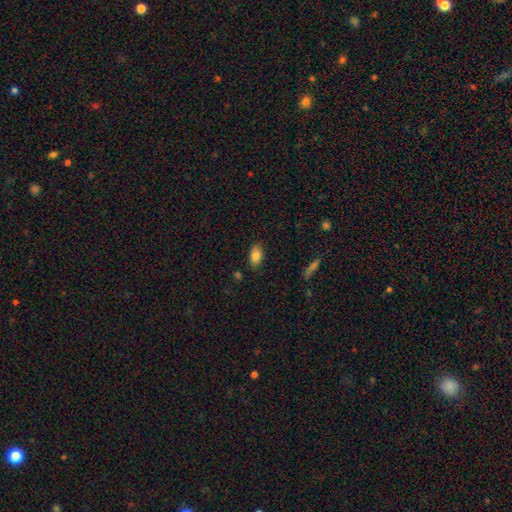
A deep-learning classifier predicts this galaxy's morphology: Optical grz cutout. It shows a smooth galaxy with no disk features (84%) that is in between round and cigar-shaped (91%). Merging: none (85%).